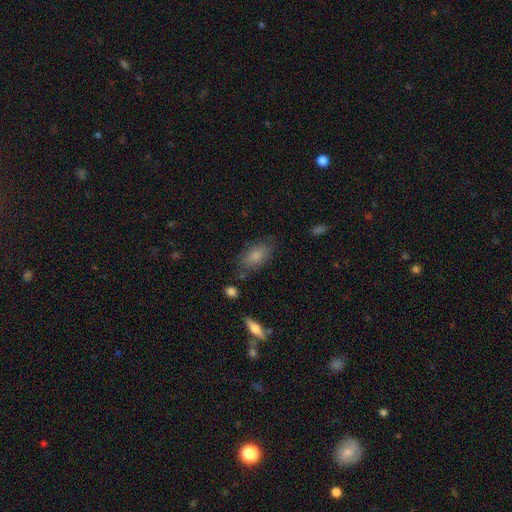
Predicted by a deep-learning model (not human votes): Q: Smooth or featured?
A: smooth (81%); runner-up: featured or disk (12%)
Q: How rounded?
A: in between (89%); runner-up: cigar-shaped (6%)
Q: Merging?
A: none (73%); runner-up: minor disturbance (18%)